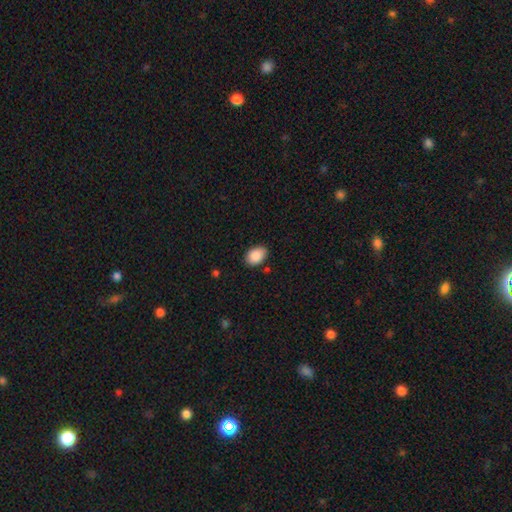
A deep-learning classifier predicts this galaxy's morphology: A smooth galaxy with no disk features (90%) that is in between round and cigar-shaped (82%).

Vote fractions:
- Smooth or featured? smooth: 90% / star or artifact: 7% / featured or disk: 3%
- How rounded? in between: 82% / round: 17% / cigar-shaped: 1%
- Merging? none: 83% / minor disturbance: 13% / major disturbance: 2% / merger: 2%